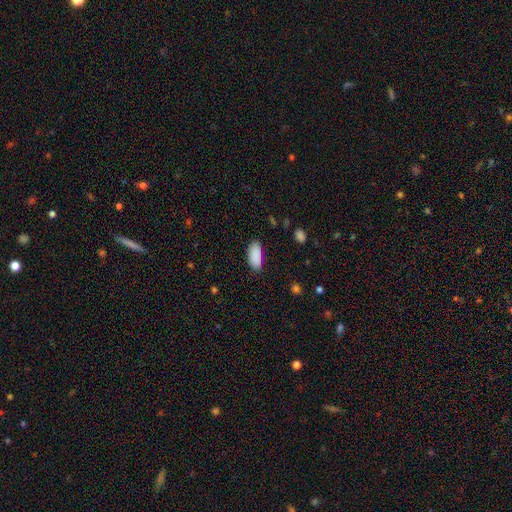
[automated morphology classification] smooth_or_featured: smooth (p=0.89) [alt: star or artifact p=0.07]
how_rounded: in between (p=0.88) [alt: cigar-shaped p=0.11]
merging: none (p=0.85) [alt: minor disturbance p=0.11]